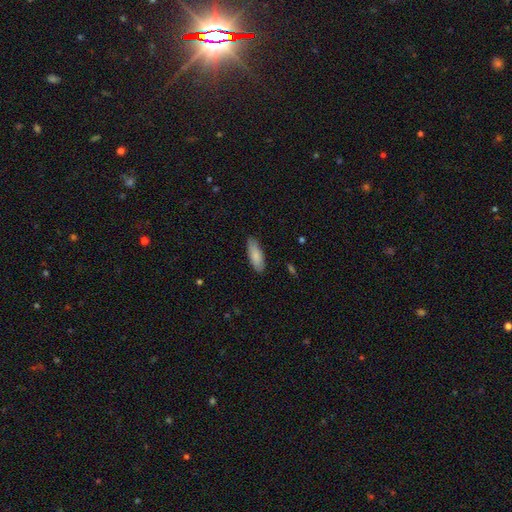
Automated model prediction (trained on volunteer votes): Smooth or featured? smooth (85%)
How rounded? in between (66%)
Merging? none (86%)